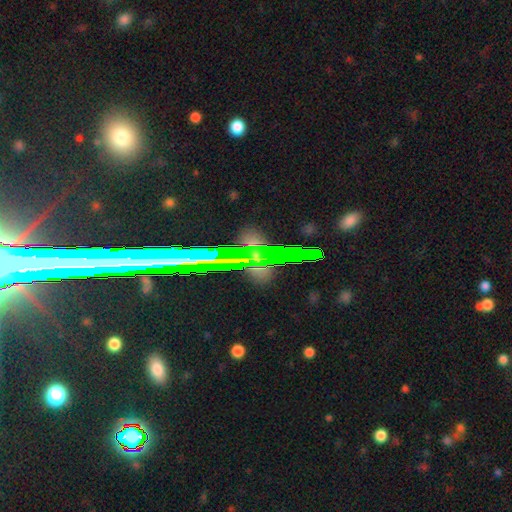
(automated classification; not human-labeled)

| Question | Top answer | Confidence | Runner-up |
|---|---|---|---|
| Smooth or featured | featured or disk | 40% | star or artifact (35%) |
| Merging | none | 81% | minor disturbance (12%) |